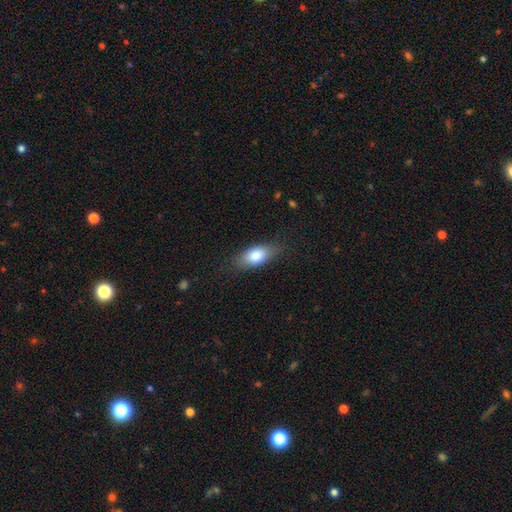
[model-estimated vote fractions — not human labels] Q: Smooth or featured?
A: smooth (79%); runner-up: featured or disk (14%)
Q: How rounded?
A: in between (83%); runner-up: cigar-shaped (11%)
Q: Merging?
A: none (79%); runner-up: minor disturbance (16%)